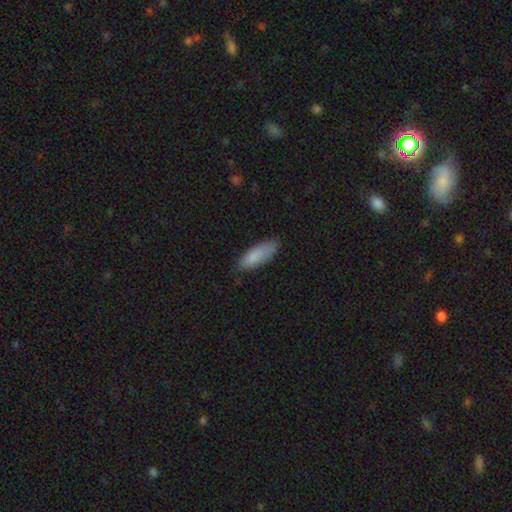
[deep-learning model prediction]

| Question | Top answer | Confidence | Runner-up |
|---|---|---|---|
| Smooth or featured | smooth | 85% | featured or disk (9%) |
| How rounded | in between | 66% | cigar-shaped (32%) |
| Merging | none | 76% | minor disturbance (20%) |